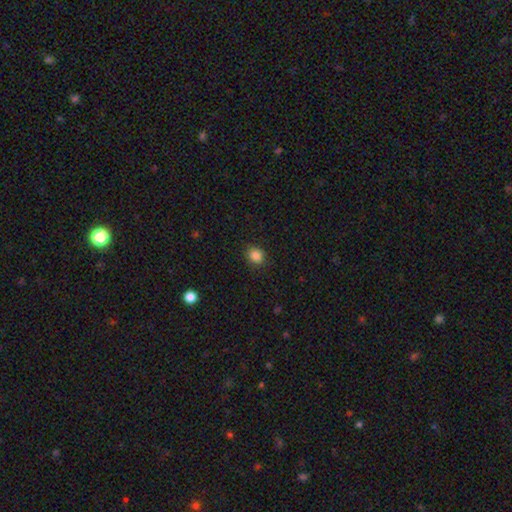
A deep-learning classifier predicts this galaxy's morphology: Smooth or featured?
  - smooth: 86% *
  - star or artifact: 11%
  - featured or disk: 3%
How rounded?
  - round: 74% *
  - in between: 25%
  - cigar-shaped: 1%
Merging?
  - none: 88% *
  - minor disturbance: 8%
  - major disturbance: 2%
  - merger: 1%